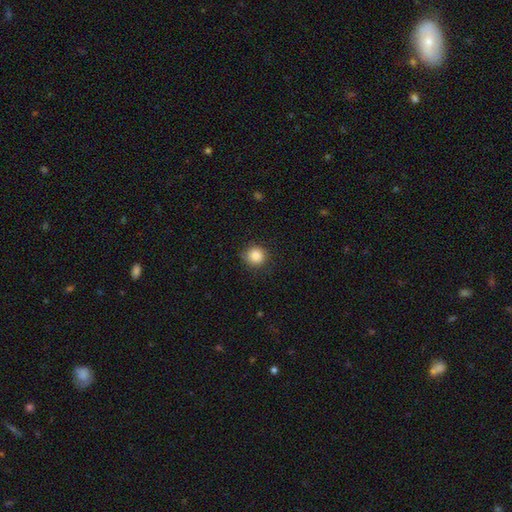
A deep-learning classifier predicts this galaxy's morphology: Smooth or featured? smooth (86%)
How rounded? round (92%)
Merging? none (84%)